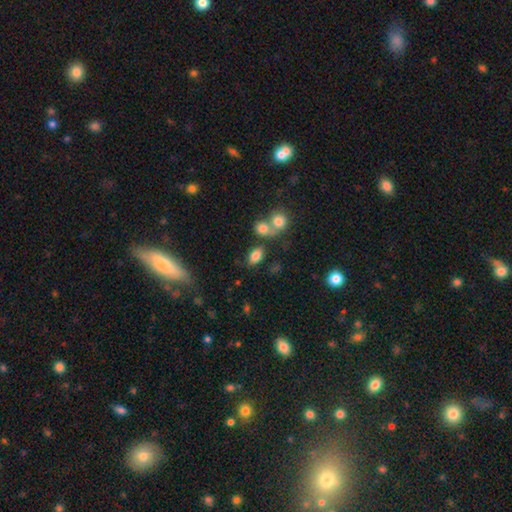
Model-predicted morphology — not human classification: Smooth or featured: smooth — 81% (star or artifact — 11%)
How rounded: in between — 87% (round — 10%)
Merging: none — 61% (merger — 22%)